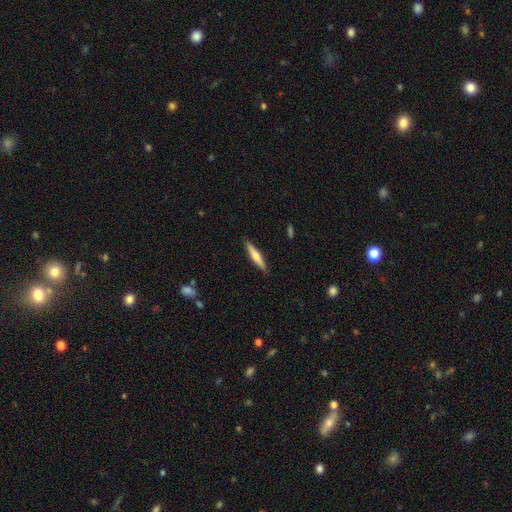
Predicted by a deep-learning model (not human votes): Smooth or featured: smooth — 51% (featured or disk — 43%)
How rounded: cigar-shaped — 89% (in between — 9%)
Merging: none — 90% (minor disturbance — 7%)